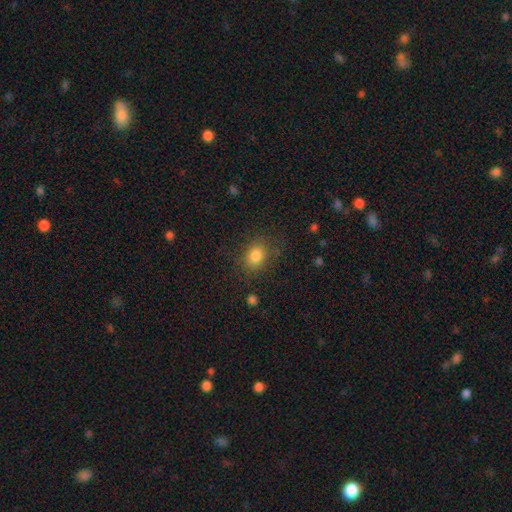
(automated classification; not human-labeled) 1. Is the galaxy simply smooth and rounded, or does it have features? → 82% smooth, 11% star or artifact, 7% featured or disk.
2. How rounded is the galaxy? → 57% in between, 41% round, 1% cigar-shaped.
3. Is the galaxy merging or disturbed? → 76% none, 15% minor disturbance, 6% major disturbance, 2% merger.